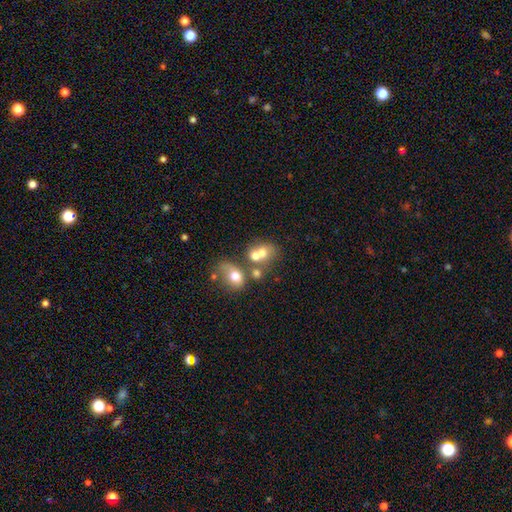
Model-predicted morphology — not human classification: smooth 63%, featured or disk 23%, star or artifact 14%. Down the decision tree: how rounded — round (57%); merging — merger (57%).